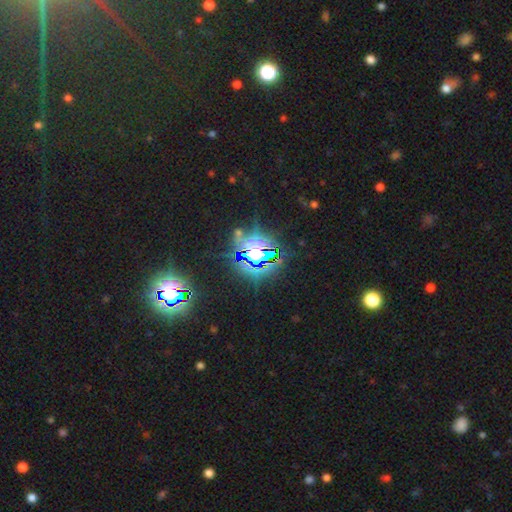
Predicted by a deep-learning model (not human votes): Smooth or featured? Predicted: star or artifact (p=0.80).